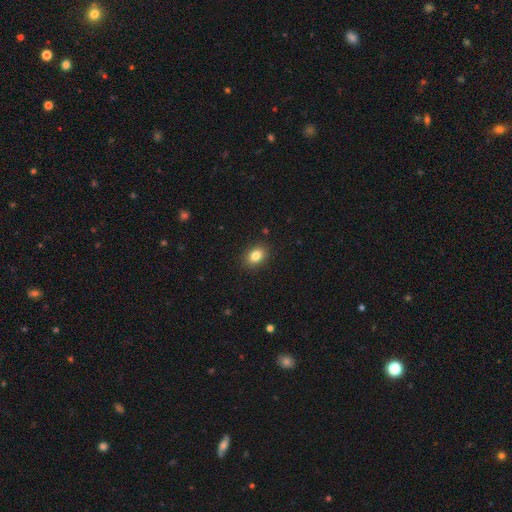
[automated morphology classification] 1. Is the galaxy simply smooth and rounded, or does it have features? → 83% smooth, 10% star or artifact, 7% featured or disk.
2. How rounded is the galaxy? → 71% in between, 28% round, 1% cigar-shaped.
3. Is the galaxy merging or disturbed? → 90% none, 7% minor disturbance, 2% major disturbance, 1% merger.